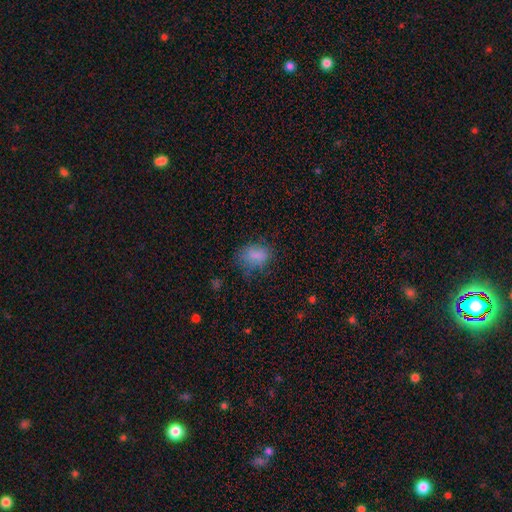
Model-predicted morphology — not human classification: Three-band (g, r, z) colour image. It shows a smooth galaxy with no disk features (77%) that is in between round and cigar-shaped (71%). Merging: none (59%).